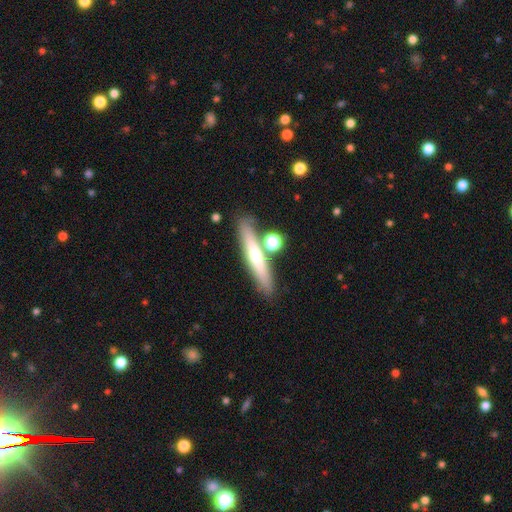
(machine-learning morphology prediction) smooth-or-featured: featured or disk: 47% | smooth: 46% | star or artifact: 8%
  merging: none: 78% | minor disturbance: 10% | merger: 10% | major disturbance: 3%